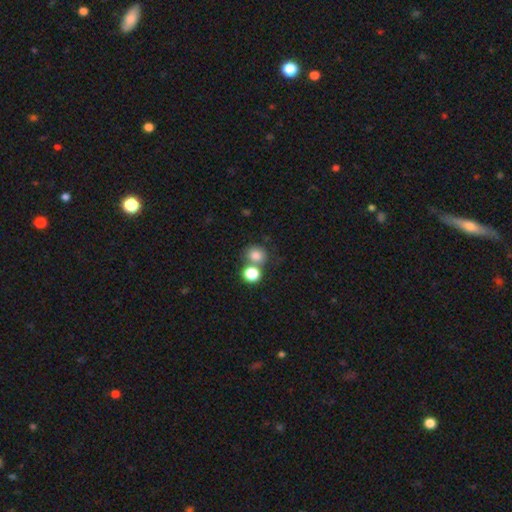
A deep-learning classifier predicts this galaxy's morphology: The model was most divided on "merging": none: 54%, merger: 32%, minor disturbance: 9%, major disturbance: 4%. More confident: smooth or featured — smooth (80%); how rounded — round (76%).